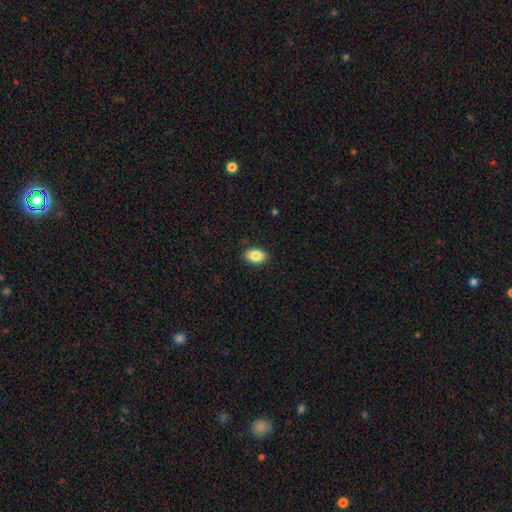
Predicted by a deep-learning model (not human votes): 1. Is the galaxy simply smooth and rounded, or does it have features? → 86% smooth, 8% star or artifact, 6% featured or disk.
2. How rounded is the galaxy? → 85% in between, 14% round, 1% cigar-shaped.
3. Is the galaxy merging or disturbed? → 89% none, 8% minor disturbance, 2% major disturbance, 1% merger.